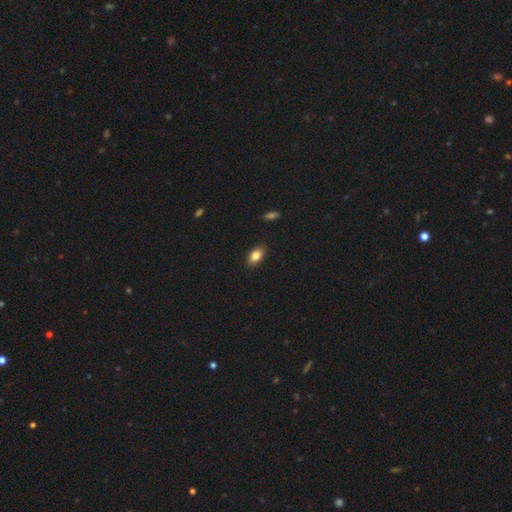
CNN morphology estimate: type=smooth (83%); roundness=in between (88%); merging=none (88%).